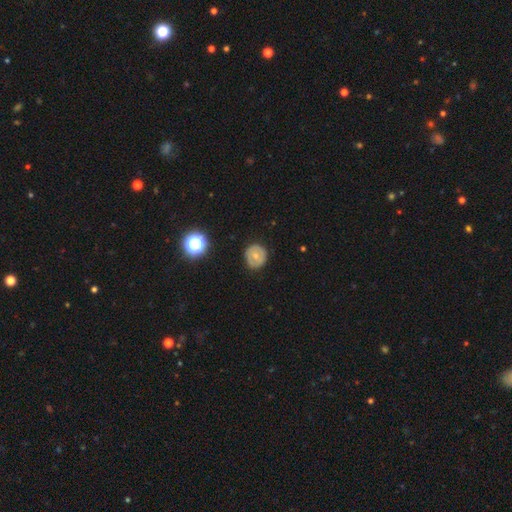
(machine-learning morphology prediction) Smooth or featured?
  - smooth: 57% *
  - featured or disk: 33%
  - star or artifact: 10%
How rounded?
  - round: 88% *
  - in between: 11%
  - cigar-shaped: 1%
Merging?
  - none: 83% *
  - minor disturbance: 13%
  - major disturbance: 3%
  - merger: 1%